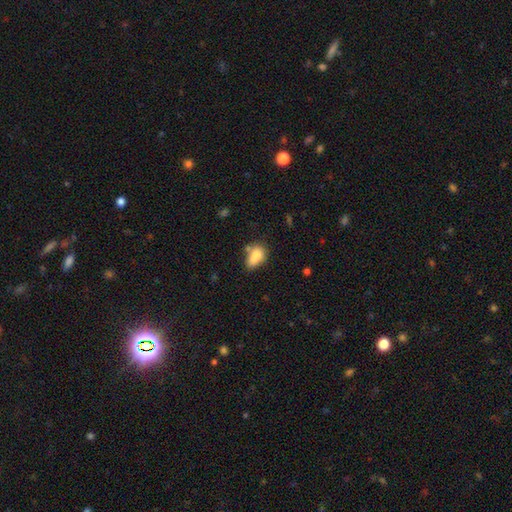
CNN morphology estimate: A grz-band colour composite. It shows a smooth galaxy with no disk features (78%) that is in between round and cigar-shaped (81%). Merging: none (42%).